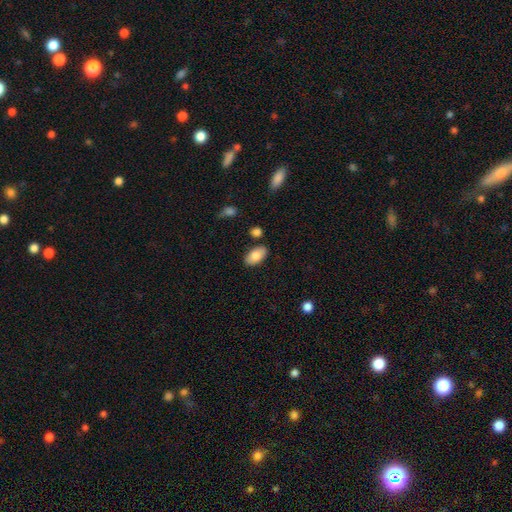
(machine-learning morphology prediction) The model was most divided on "smooth or featured": smooth: 82%, featured or disk: 12%, star or artifact: 7%. More confident: how rounded — in between (94%); merging — none (83%).